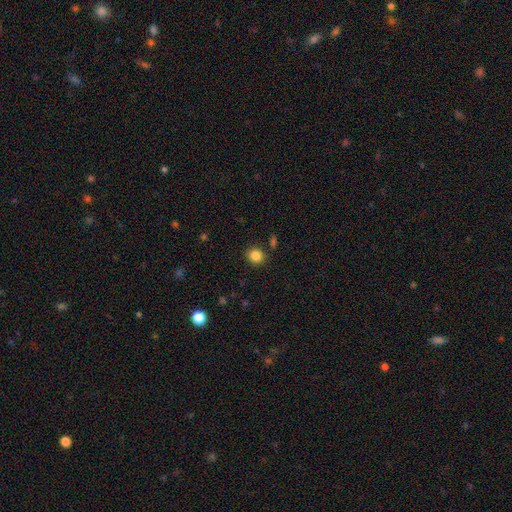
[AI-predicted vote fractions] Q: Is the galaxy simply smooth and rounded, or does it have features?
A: smooth — 85%.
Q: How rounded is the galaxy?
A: round — 77%.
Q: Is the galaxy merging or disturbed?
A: none — 86%.